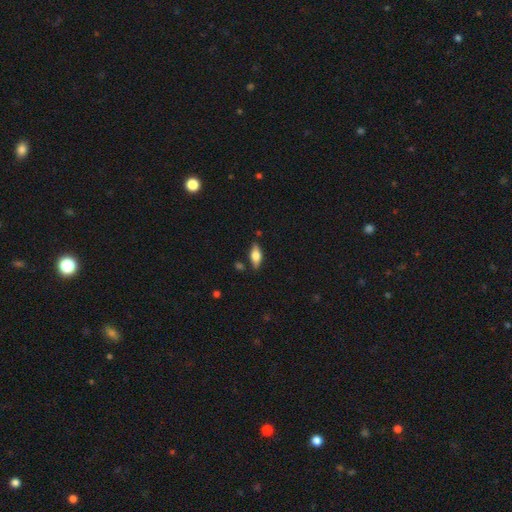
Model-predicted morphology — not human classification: The model was most divided on "smooth or featured": smooth: 67%, featured or disk: 27%, star or artifact: 7%. More confident: merging — none (81%); how rounded — in between (80%).